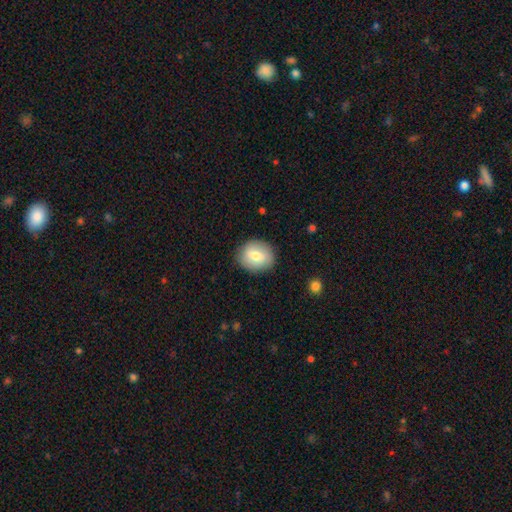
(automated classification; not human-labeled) smooth_or_featured: smooth (p=0.71) [alt: featured or disk p=0.22]
how_rounded: round (p=0.67) [alt: in between p=0.32]
merging: none (p=0.86) [alt: minor disturbance p=0.10]